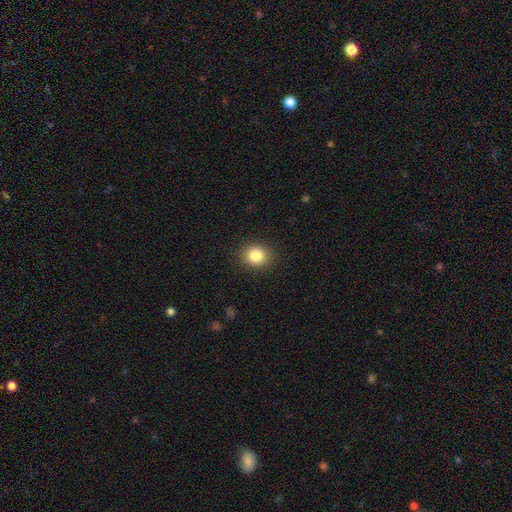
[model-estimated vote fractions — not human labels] Smooth or featured: smooth — 84% (star or artifact — 10%)
How rounded: round — 69% (in between — 30%)
Merging: none — 89% (minor disturbance — 8%)